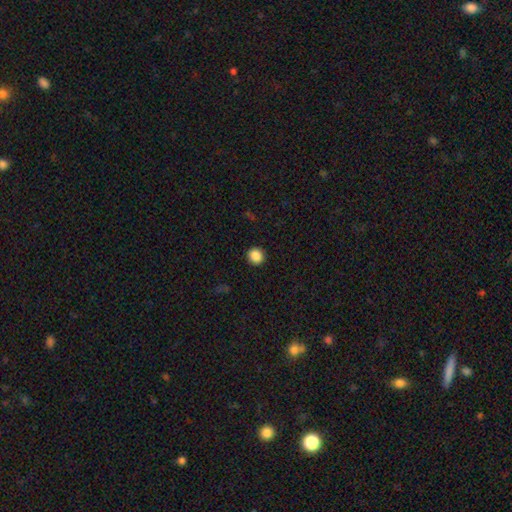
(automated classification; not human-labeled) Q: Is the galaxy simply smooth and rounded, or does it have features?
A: smooth — 88%.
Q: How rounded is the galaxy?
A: round — 89%.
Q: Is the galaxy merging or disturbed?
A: none — 92%.